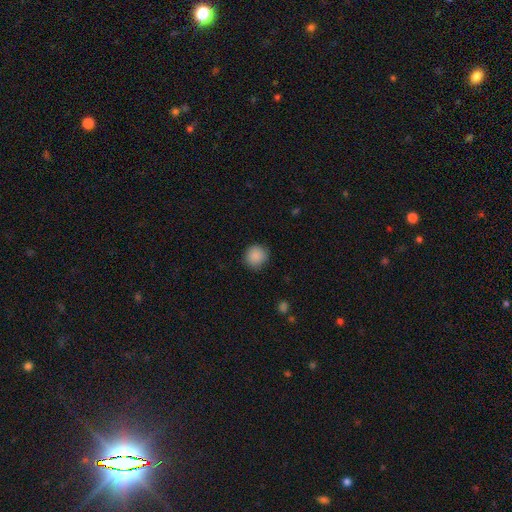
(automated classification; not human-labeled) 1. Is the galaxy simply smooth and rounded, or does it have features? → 89% smooth, 8% star or artifact, 3% featured or disk.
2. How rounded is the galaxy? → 91% round, 8% in between, 1% cigar-shaped.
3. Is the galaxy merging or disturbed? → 88% none, 9% minor disturbance, 2% major disturbance, 1% merger.